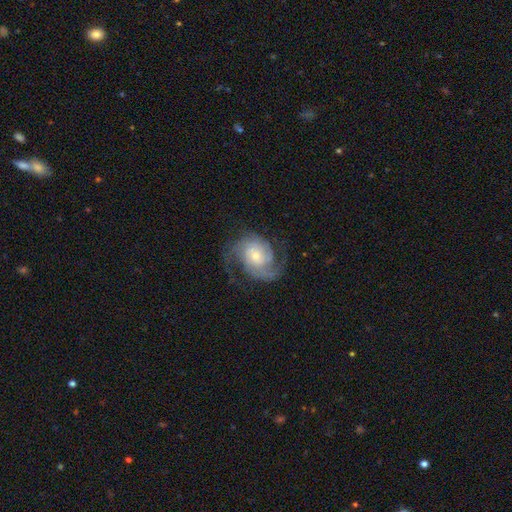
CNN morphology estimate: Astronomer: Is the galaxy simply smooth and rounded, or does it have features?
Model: featured or disk — 86%.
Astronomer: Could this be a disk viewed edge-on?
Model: no — 98%.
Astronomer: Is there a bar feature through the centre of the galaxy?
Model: no — 68%.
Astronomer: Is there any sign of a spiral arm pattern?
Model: yes — 97%.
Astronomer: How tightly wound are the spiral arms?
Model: medium — 45% (runner-up: tight, 36%).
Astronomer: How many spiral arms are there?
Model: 2 — 57%.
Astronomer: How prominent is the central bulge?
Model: small — 58% (runner-up: moderate, 35%).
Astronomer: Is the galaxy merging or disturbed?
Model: none — 66%.